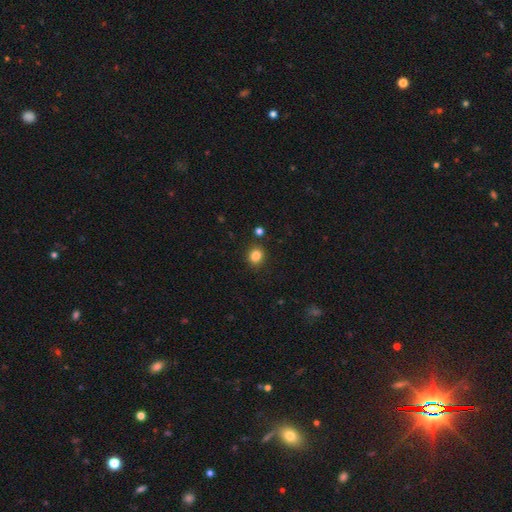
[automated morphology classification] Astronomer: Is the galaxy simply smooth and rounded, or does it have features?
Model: smooth — 85%.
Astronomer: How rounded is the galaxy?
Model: round — 71%.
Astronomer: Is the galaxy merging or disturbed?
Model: none — 86%.